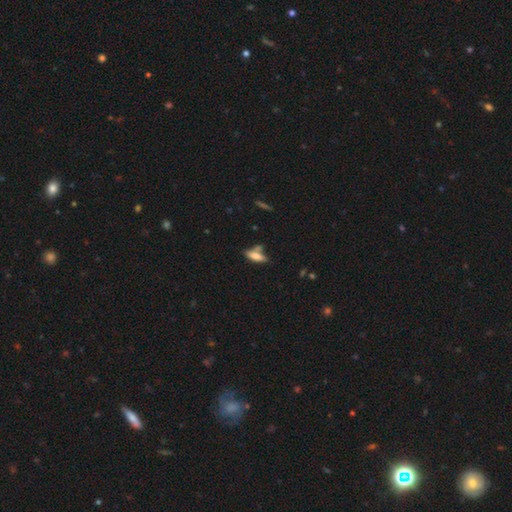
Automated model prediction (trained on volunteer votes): Morphology: type=smooth (70%); roundness=in between (56%); merging=none (56%).